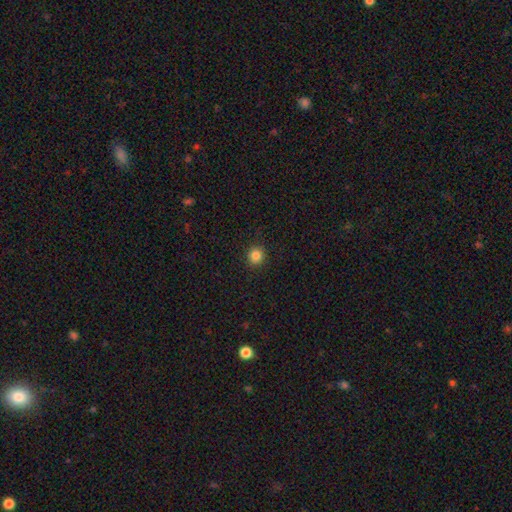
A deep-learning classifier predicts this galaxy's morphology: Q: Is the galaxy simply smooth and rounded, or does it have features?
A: smooth — 85%.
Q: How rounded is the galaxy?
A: round — 91%.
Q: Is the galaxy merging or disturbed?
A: none — 91%.